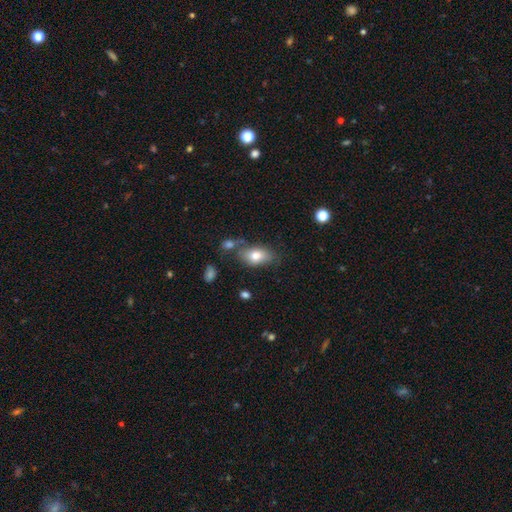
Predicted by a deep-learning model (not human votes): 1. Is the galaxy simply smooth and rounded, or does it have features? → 78% smooth, 15% featured or disk, 8% star or artifact.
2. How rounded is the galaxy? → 88% in between, 10% round, 2% cigar-shaped.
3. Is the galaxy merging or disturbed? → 63% none, 19% minor disturbance, 11% merger, 6% major disturbance.